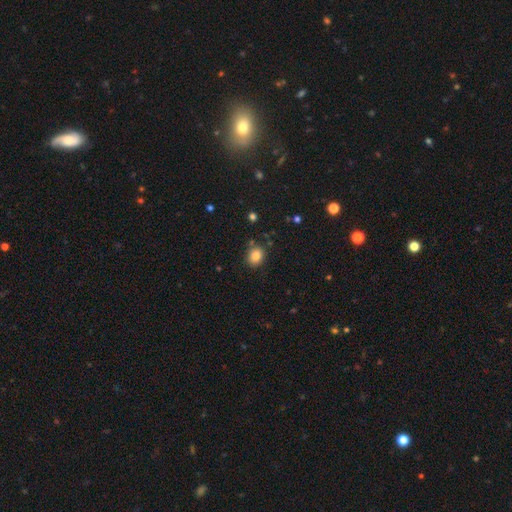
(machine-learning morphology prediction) This appears to be a smooth galaxy with no disk features (83%) that is round (62%). Merging: none (83%).